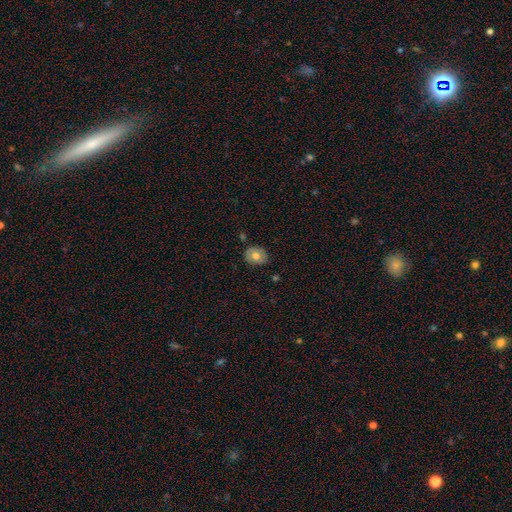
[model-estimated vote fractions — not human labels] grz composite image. It shows a smooth galaxy with no disk features (67%) that is round (55%). Merging: none (80%).